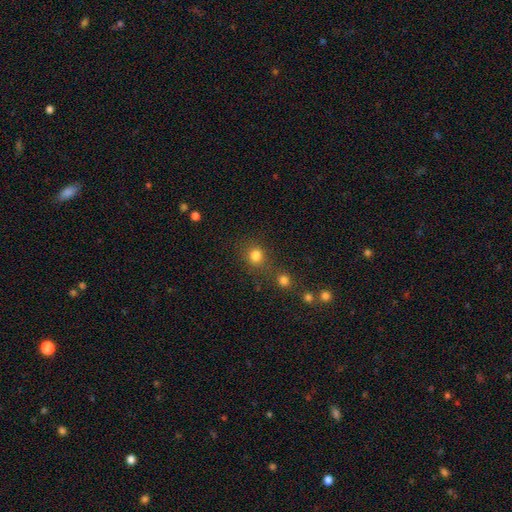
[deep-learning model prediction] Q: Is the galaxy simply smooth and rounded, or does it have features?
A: smooth — 79%.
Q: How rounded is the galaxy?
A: round — 85%.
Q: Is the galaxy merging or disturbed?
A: none — 66%.